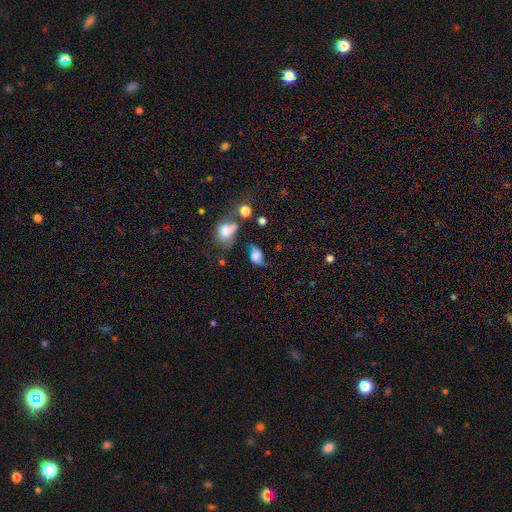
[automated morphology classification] A smooth galaxy with no disk features (53%) that is in between round and cigar-shaped (68%). Merging: none (42%).